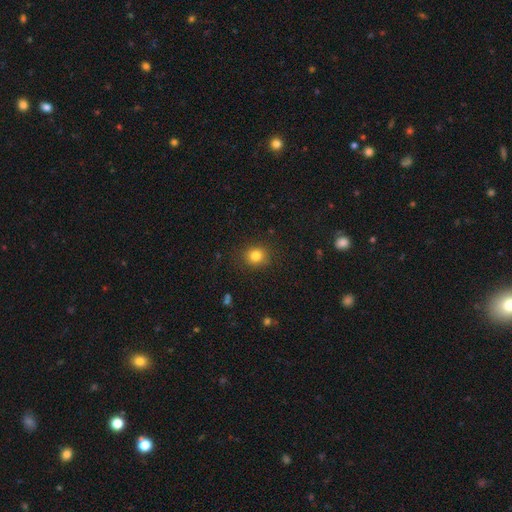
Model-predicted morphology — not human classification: smooth-or-featured: smooth: 82% | star or artifact: 12% | featured or disk: 6%
  how-rounded: round: 81% | in between: 18% | cigar-shaped: 1%
  merging: none: 88% | minor disturbance: 9% | major disturbance: 3% | merger: 1%